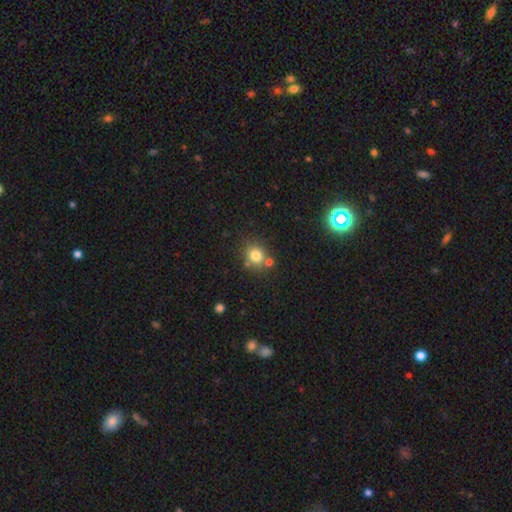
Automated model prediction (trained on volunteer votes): smooth-or-featured: smooth: 78% | star or artifact: 13% | featured or disk: 9%
  how-rounded: round: 79% | in between: 20% | cigar-shaped: 1%
  merging: none: 70% | merger: 15% | minor disturbance: 12% | major disturbance: 4%